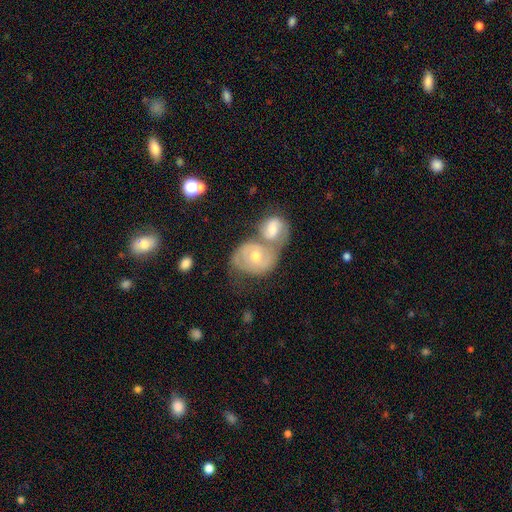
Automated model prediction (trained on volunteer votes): Q: Smooth or featured?
A: featured or disk (68%); runner-up: smooth (18%)
Q: Edge-on disk?
A: no (96%); runner-up: yes (4%)
Q: Bar?
A: no (58%); runner-up: weak (33%)
Q: Spiral arms?
A: yes (87%); runner-up: no (13%)
Q: Spiral winding?
A: tight (46%); runner-up: medium (40%)
Q: Spiral arm count?
A: 2 (65%); runner-up: can't tell (18%)
Q: Bulge size?
A: small (50%); runner-up: moderate (44%)
Q: Merging?
A: none (48%); runner-up: merger (35%)